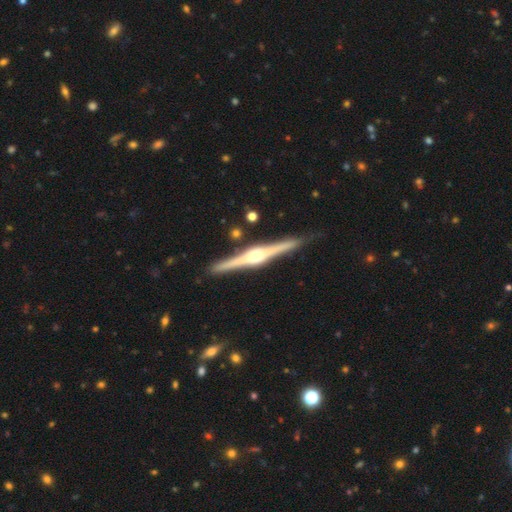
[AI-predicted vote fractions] Smooth or featured? Predicted: featured or disk (p=0.84). Edge-on disk? Predicted: yes (p=0.98). Edge-on bulge? Predicted: rounded (p=0.85). Merging? Predicted: none (p=0.88).